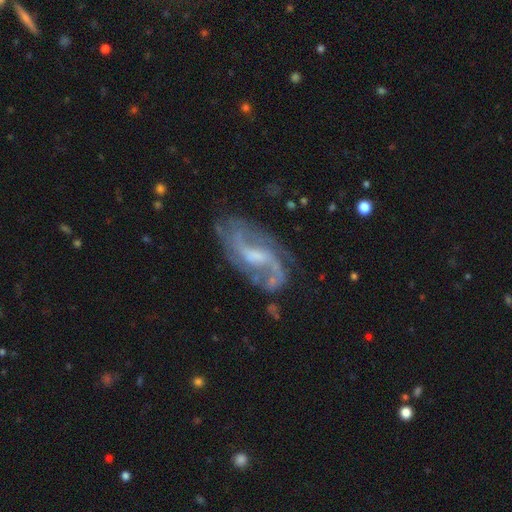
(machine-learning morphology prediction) smooth_or_featured: featured or disk (p=0.86) [alt: smooth p=0.08]
disk_edge_on: no (p=0.95) [alt: yes p=0.05]
bar: weak (p=0.55) [alt: no p=0.29]
has_spiral_arms: yes (p=0.94) [alt: no p=0.06]
spiral_winding: medium (p=0.44) [alt: loose p=0.41]
spiral_arm_count: 2 (p=0.70) [alt: can't tell p=0.13]
bulge_size: moderate (p=0.43) [alt: small p=0.37]
merging: none (p=0.66) [alt: minor disturbance p=0.19]